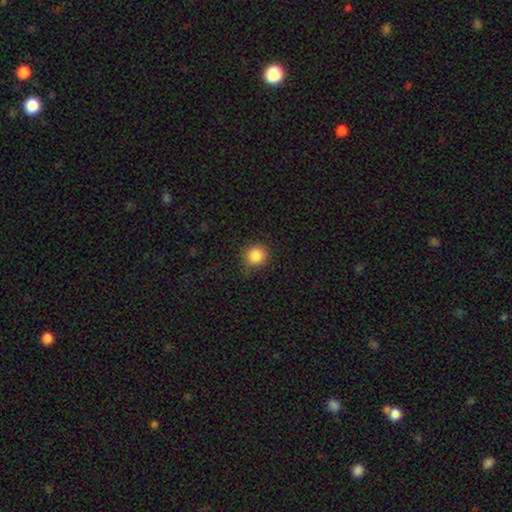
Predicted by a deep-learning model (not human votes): Smooth or featured?
  - smooth: 85% *
  - star or artifact: 10%
  - featured or disk: 4%
How rounded?
  - round: 90% *
  - in between: 10%
  - cigar-shaped: 1%
Merging?
  - none: 79% *
  - minor disturbance: 16%
  - major disturbance: 4%
  - merger: 1%